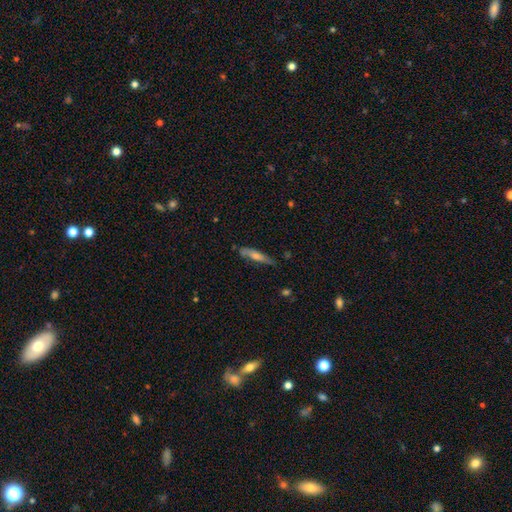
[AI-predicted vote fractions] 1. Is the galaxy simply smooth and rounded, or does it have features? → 47% featured or disk, 46% smooth, 7% star or artifact.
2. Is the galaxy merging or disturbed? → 75% none, 19% minor disturbance, 4% major disturbance, 3% merger.